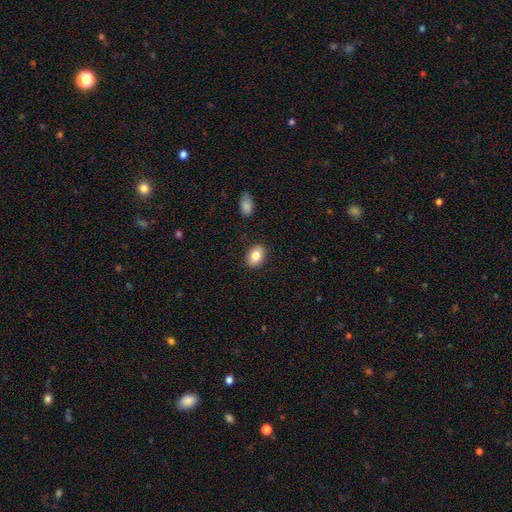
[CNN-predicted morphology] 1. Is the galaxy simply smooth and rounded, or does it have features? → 84% smooth, 9% featured or disk, 8% star or artifact.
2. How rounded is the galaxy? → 77% in between, 22% round, 1% cigar-shaped.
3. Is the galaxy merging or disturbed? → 88% none, 9% minor disturbance, 2% major disturbance, 2% merger.